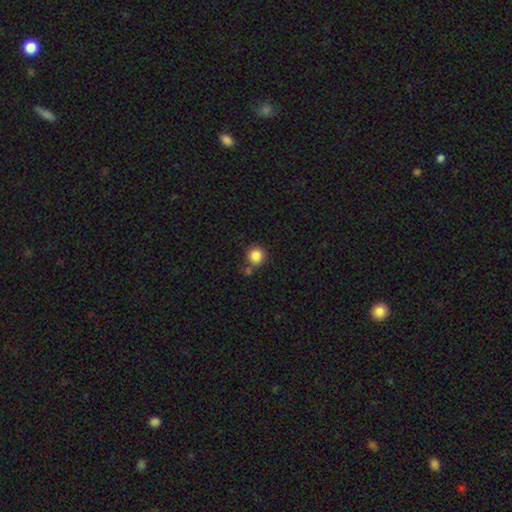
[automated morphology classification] Q: Smooth or featured?
A: smooth (86%); runner-up: star or artifact (10%)
Q: How rounded?
A: round (90%); runner-up: in between (9%)
Q: Merging?
A: none (72%); runner-up: merger (12%)